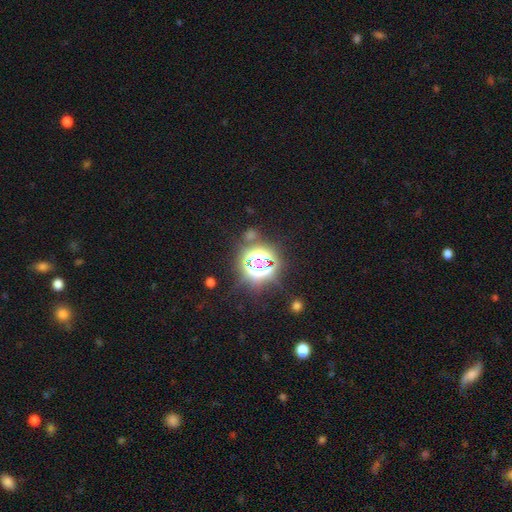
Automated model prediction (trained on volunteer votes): A star or artifact, not a galaxy (84%).